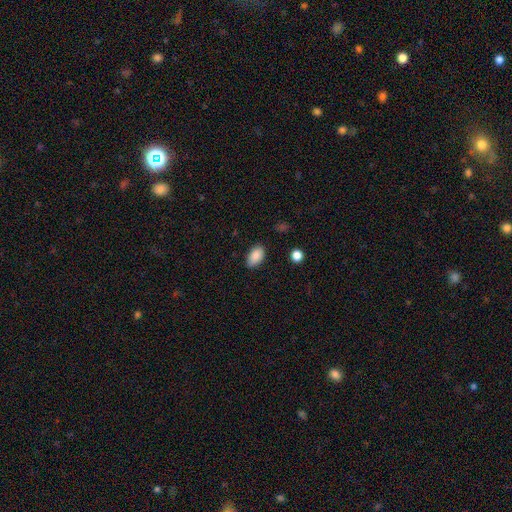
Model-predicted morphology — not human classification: Smooth or featured?
  - smooth: 88% *
  - star or artifact: 8%
  - featured or disk: 4%
How rounded?
  - in between: 93% *
  - round: 5%
  - cigar-shaped: 2%
Merging?
  - none: 85% *
  - minor disturbance: 12%
  - major disturbance: 3%
  - merger: 1%